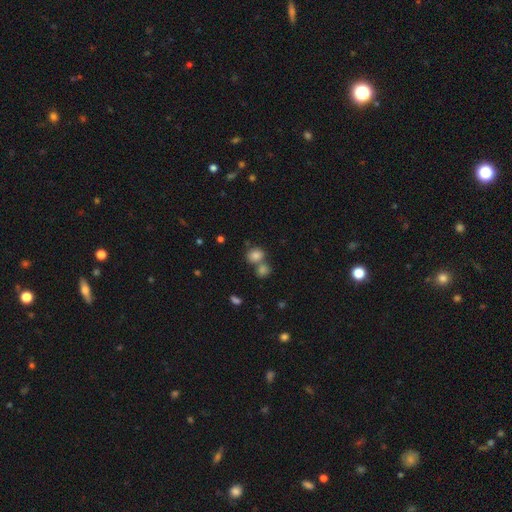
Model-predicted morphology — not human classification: Smooth or featured? smooth (81%)
How rounded? round (65%)
Merging? none (49%)